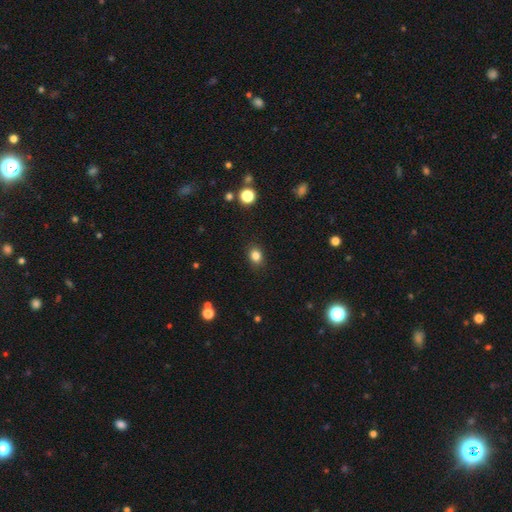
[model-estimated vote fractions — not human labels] smooth-or-featured: smooth: 83% | star or artifact: 12% | featured or disk: 5%
  how-rounded: in between: 50% | round: 49% | cigar-shaped: 1%
  merging: none: 88% | minor disturbance: 8% | major disturbance: 2% | merger: 1%